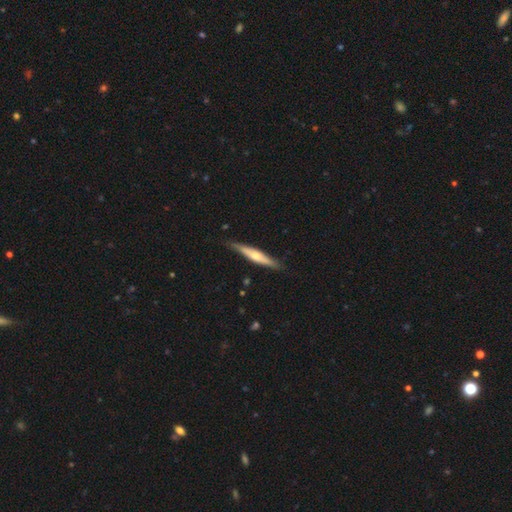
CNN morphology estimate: Overall: featured or disk (57%; smooth 38%). Edge-on disk: yes (94%). Edge-on bulge: rounded (82%). Merging: none (84%).